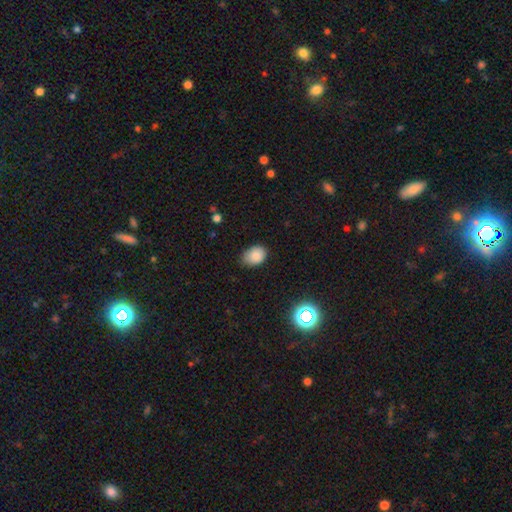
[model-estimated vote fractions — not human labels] Smooth or featured: smooth — 84% (star or artifact — 11%)
How rounded: in between — 73% (round — 26%)
Merging: none — 71% (minor disturbance — 24%)